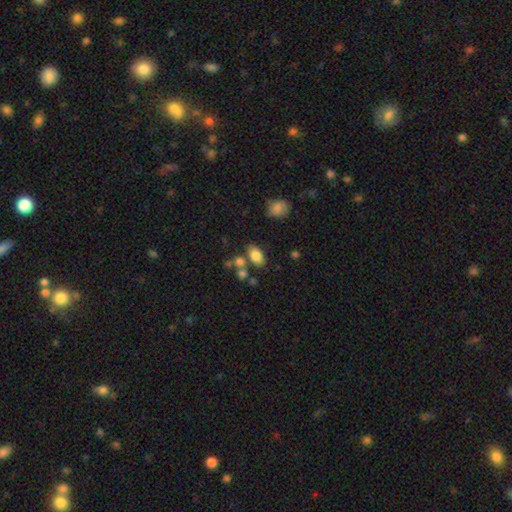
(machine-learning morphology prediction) smooth_or_featured: smooth (p=0.81) [alt: star or artifact p=0.09]
how_rounded: in between (p=0.87) [alt: round p=0.11]
merging: none (p=0.67) [alt: merger p=0.16]